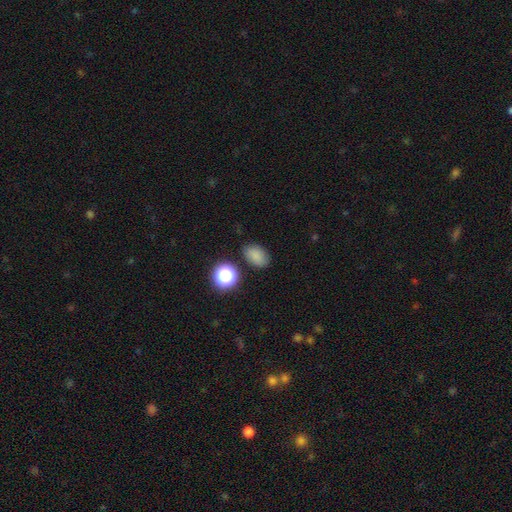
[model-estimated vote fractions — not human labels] Smooth or featured: smooth — 81% (star or artifact — 13%)
How rounded: in between — 78% (round — 21%)
Merging: none — 80% (minor disturbance — 13%)